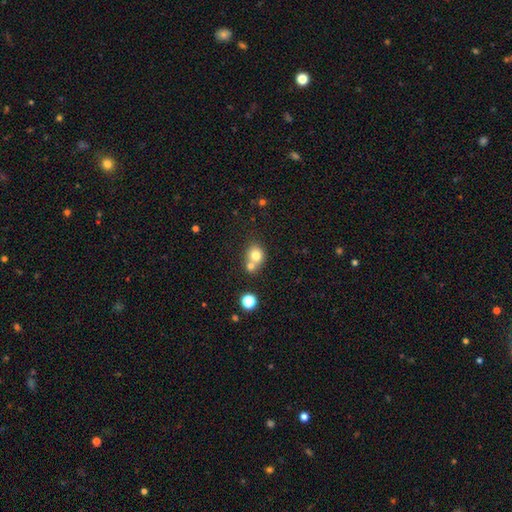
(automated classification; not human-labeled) Q: Smooth or featured?
A: smooth (76%); runner-up: featured or disk (12%)
Q: How rounded?
A: round (71%); runner-up: in between (28%)
Q: Merging?
A: merger (48%); runner-up: none (42%)